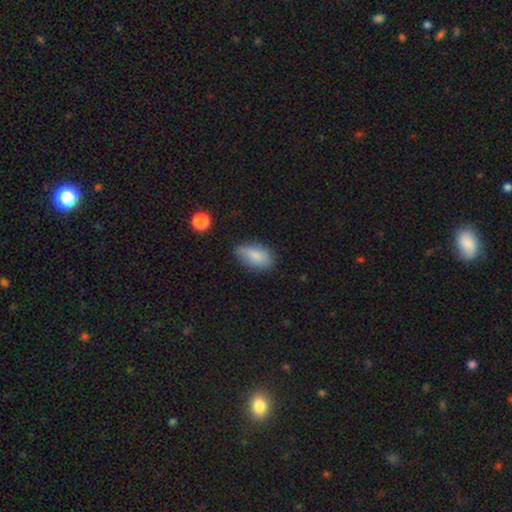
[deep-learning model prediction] Smooth or featured?
  - smooth: 82% *
  - featured or disk: 10%
  - star or artifact: 8%
How rounded?
  - in between: 90% *
  - round: 5%
  - cigar-shaped: 5%
Merging?
  - none: 66% *
  - minor disturbance: 26%
  - major disturbance: 5%
  - merger: 2%